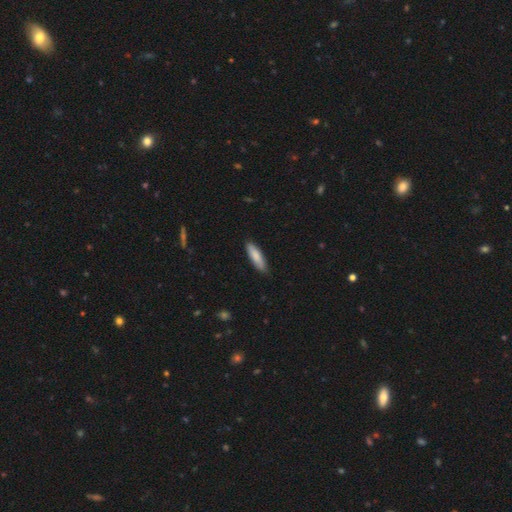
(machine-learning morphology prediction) smooth-or-featured: smooth: 83% | featured or disk: 11% | star or artifact: 5%
  how-rounded: cigar-shaped: 65% | in between: 34% | round: 1%
  merging: none: 86% | minor disturbance: 11% | major disturbance: 2% | merger: 1%